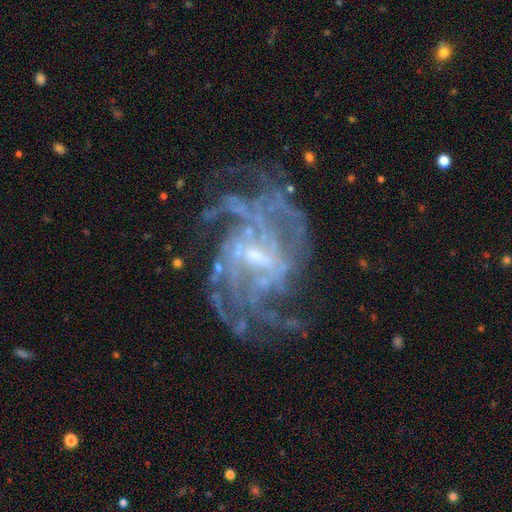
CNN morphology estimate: A featured or disk galaxy (88%) with a weak bar (54%), tight (45%) spiral arms (94%) and a small central bulge (56%).

Vote fractions:
- Smooth or featured? featured or disk: 88% / star or artifact: 8% / smooth: 4%
- Edge-on disk? no: 97% / yes: 3%
- Bar? weak: 54% / strong: 24% / no: 23%
- Spiral arms? yes: 94% / no: 6%
- Spiral winding? tight: 45% / medium: 40% / loose: 15%
- Spiral arm count? can't tell: 32% / 4: 22% / more than 4: 15% / 3: 13% / 2: 11% / 1: 7%
- Bulge size? small: 56% / moderate: 31% / none: 10% / large: 2% / dominant: 1%
- Merging? none: 63% / major disturbance: 18% / minor disturbance: 17% / merger: 2%